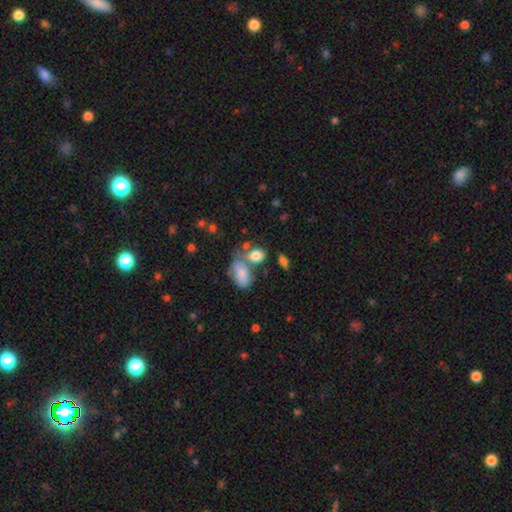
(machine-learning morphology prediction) This is clearly a smooth galaxy (80%). How rounded: likely in between (74%). Merging: marginally none (43%).